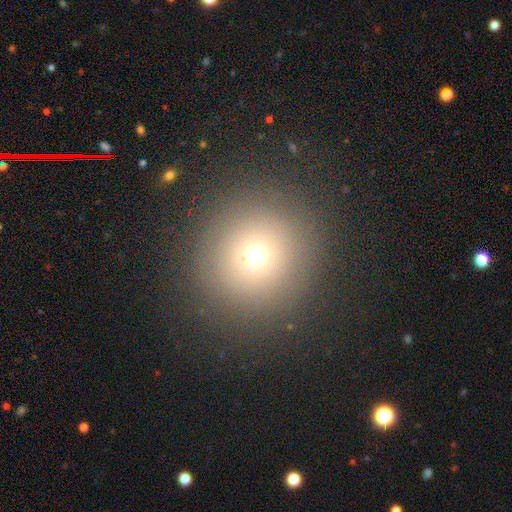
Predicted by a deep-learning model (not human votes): Q: Smooth or featured?
A: smooth (67%); runner-up: star or artifact (21%)
Q: How rounded?
A: round (94%); runner-up: in between (5%)
Q: Merging?
A: none (88%); runner-up: minor disturbance (7%)